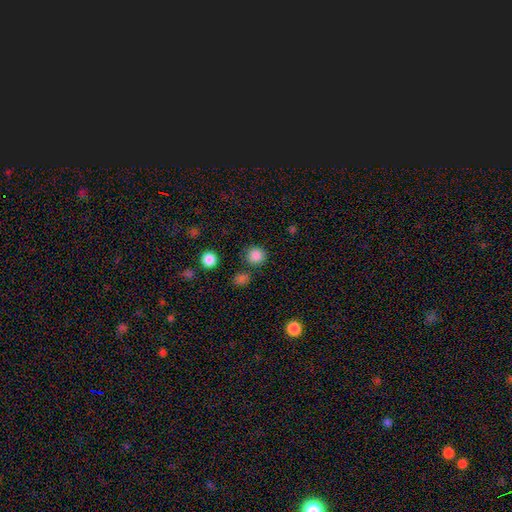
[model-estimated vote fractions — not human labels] Smooth or featured? Predicted: smooth (p=0.84). How rounded? Predicted: round (p=0.92). Merging? Predicted: none (p=0.83).